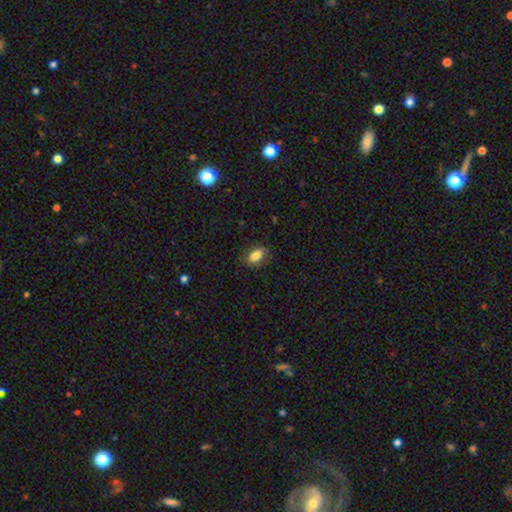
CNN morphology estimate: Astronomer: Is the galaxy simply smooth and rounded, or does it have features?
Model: smooth — 85%.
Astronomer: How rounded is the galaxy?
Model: in between — 89%.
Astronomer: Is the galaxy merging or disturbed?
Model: none — 82%.